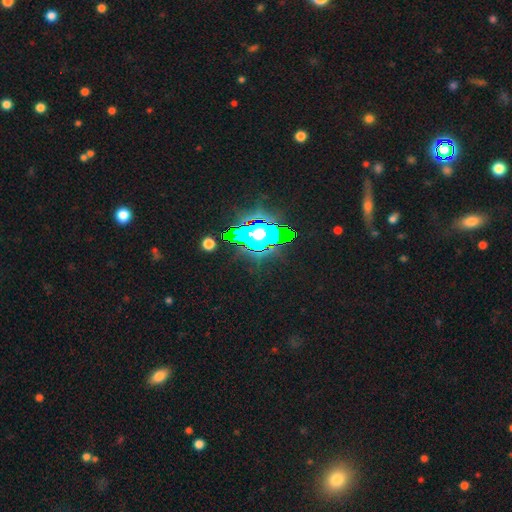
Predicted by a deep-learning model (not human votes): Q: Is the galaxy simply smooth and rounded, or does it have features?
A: star or artifact — 82%.